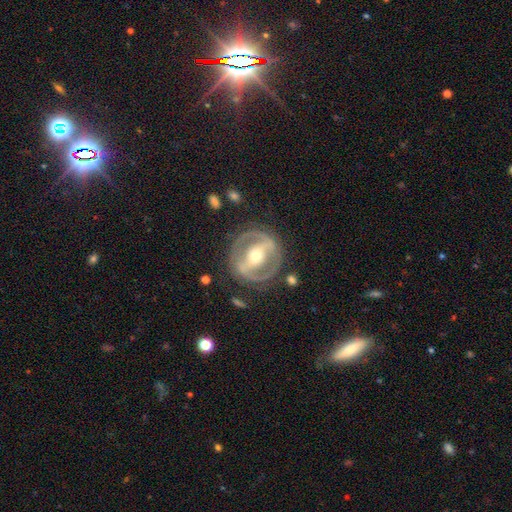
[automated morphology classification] A featured or disk galaxy (80%) with a strong bar (63%), spiral arms (51%) and a moderate central bulge (64%). Merging: none (80%).